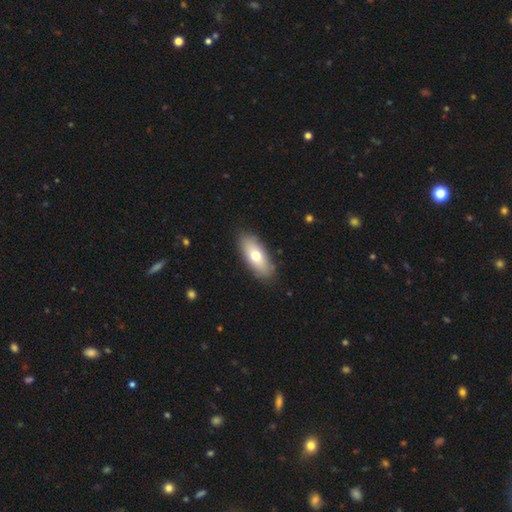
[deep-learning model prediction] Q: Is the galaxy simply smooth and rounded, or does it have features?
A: smooth — 70%.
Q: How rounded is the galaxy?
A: in between — 83%.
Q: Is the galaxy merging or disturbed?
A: none — 86%.